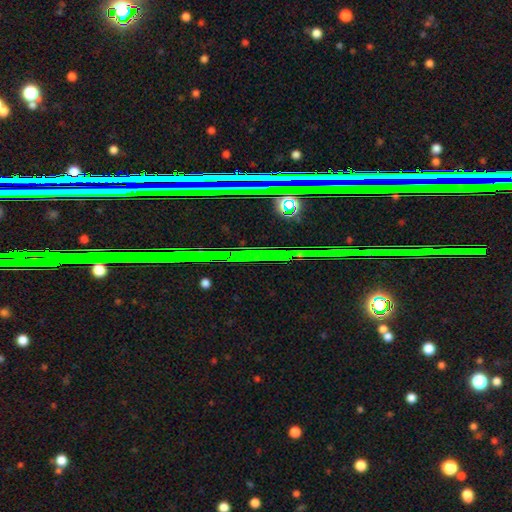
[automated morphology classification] A star or artifact, not a galaxy (80%).